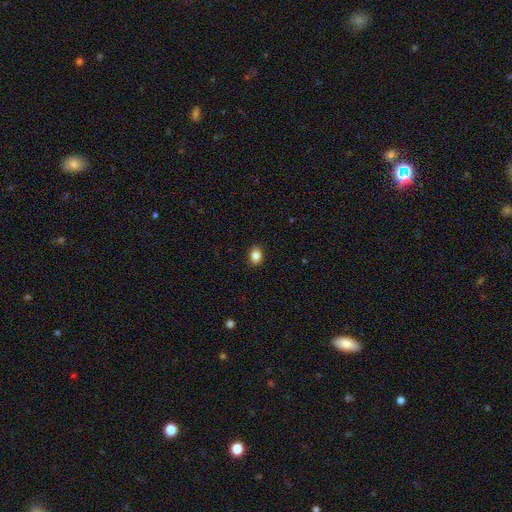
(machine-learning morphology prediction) Smooth or featured? Predicted: smooth (p=0.85). How rounded? Predicted: in between (p=0.68). Merging? Predicted: none (p=0.90).